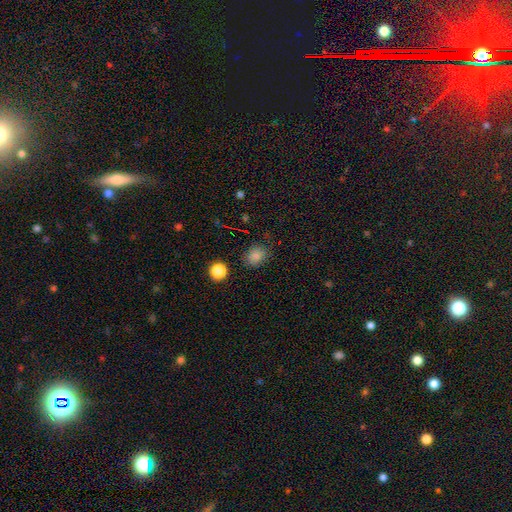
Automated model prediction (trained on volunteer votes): smooth_or_featured: smooth (p=0.82) [alt: star or artifact p=0.14]
how_rounded: round (p=0.55) [alt: in between p=0.44]
merging: none (p=0.81) [alt: minor disturbance p=0.13]